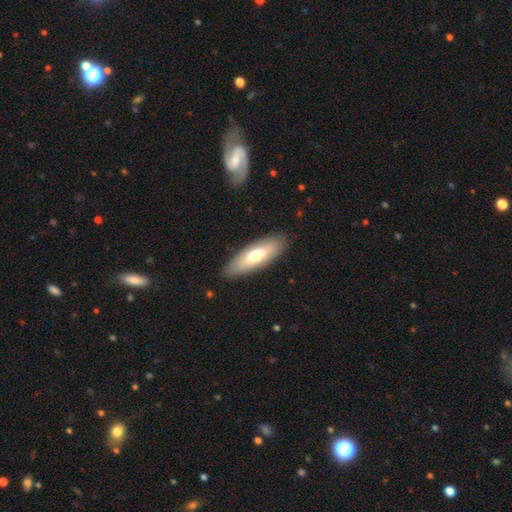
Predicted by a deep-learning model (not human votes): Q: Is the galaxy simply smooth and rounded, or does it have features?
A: smooth — 65%.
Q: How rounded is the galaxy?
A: in between — 56%.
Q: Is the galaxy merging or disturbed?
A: none — 87%.